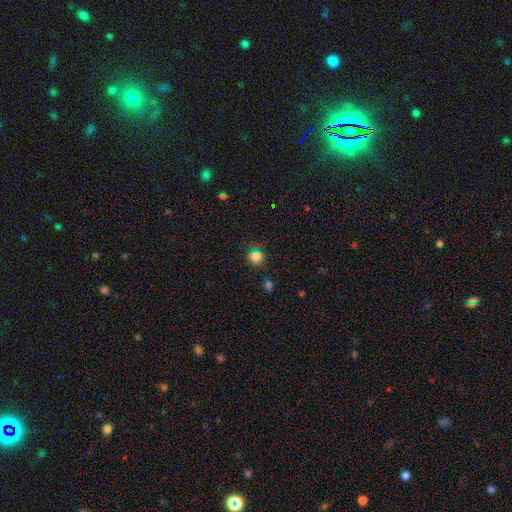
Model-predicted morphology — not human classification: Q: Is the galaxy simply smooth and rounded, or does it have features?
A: smooth — 77%.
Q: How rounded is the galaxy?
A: round — 83%.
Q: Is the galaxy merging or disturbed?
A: none — 78%.